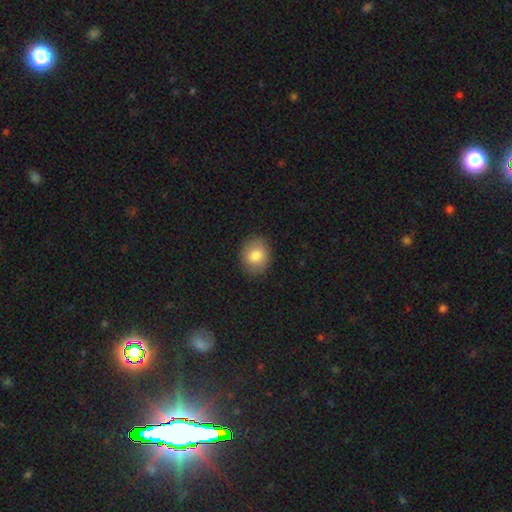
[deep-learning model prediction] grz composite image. It shows a smooth galaxy with no disk features (82%) that is round (61%). Merging: none (87%).